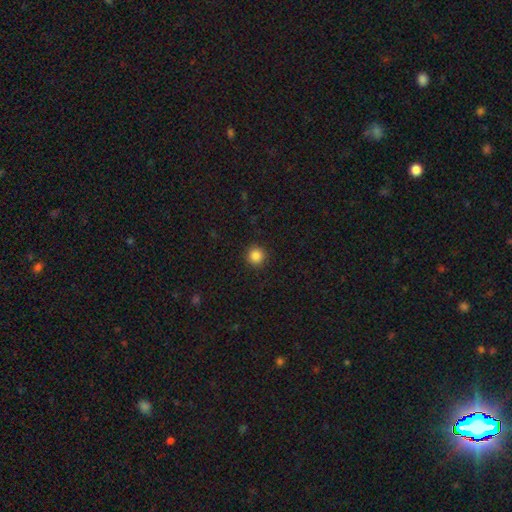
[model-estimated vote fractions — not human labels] The model was most divided on "smooth or featured": smooth: 87%, star or artifact: 10%, featured or disk: 3%. More confident: how rounded — round (95%); merging — none (92%).